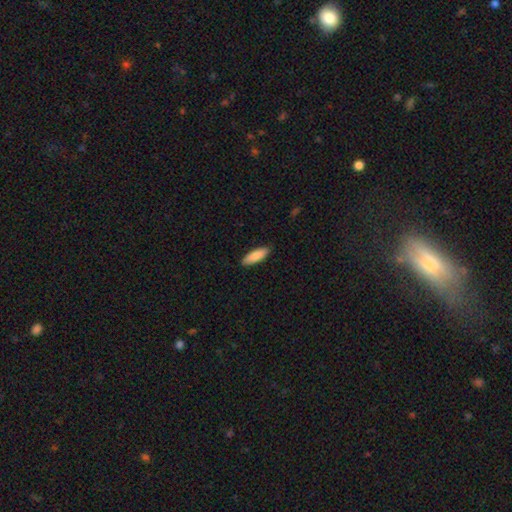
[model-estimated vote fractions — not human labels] Smooth or featured?
  - smooth: 87% *
  - featured or disk: 7%
  - star or artifact: 5%
How rounded?
  - in between: 55% *
  - cigar-shaped: 44%
  - round: 2%
Merging?
  - none: 89% *
  - minor disturbance: 9%
  - major disturbance: 2%
  - merger: 1%